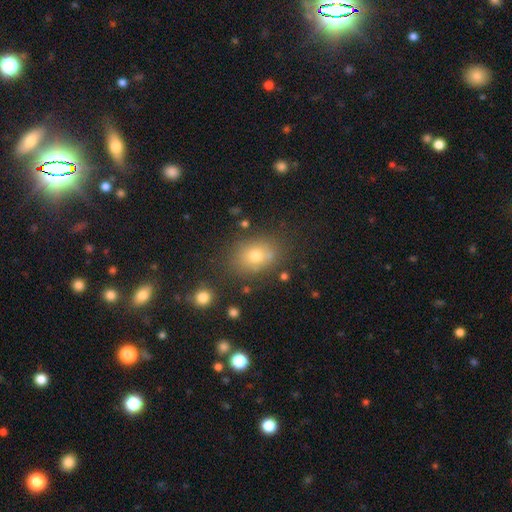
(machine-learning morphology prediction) Smooth or featured? Predicted: smooth (p=0.72). How rounded? Predicted: in between (p=0.58). Merging? Predicted: none (p=0.76).